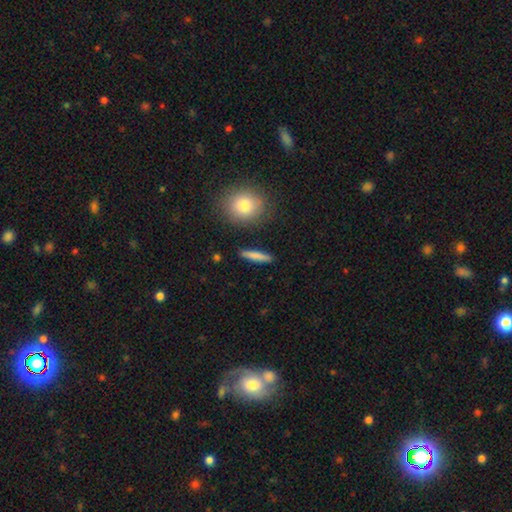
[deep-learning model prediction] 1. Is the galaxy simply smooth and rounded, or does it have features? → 79% smooth, 15% featured or disk, 6% star or artifact.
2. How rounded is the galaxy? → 86% cigar-shaped, 11% in between, 3% round.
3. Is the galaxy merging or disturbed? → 89% none, 7% minor disturbance, 2% merger, 2% major disturbance.